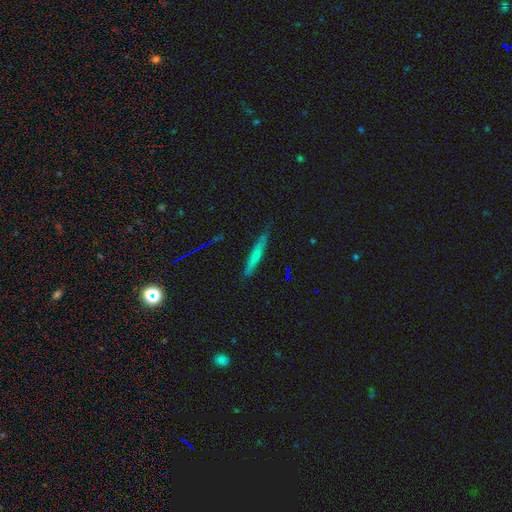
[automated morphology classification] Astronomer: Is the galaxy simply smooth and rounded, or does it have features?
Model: smooth — 59%.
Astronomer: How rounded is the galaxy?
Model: cigar-shaped — 93%.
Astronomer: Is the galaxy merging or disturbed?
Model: none — 82%.